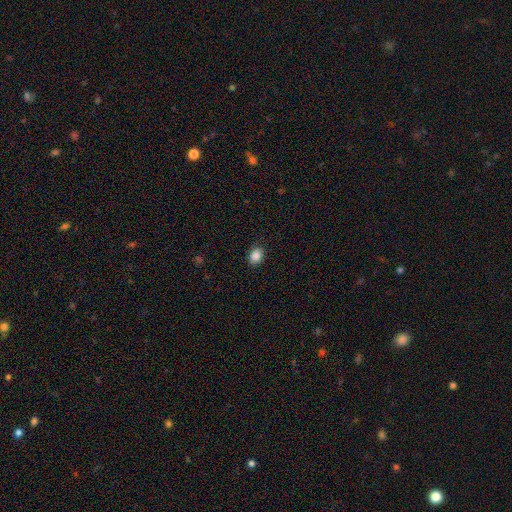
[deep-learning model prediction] A smooth galaxy with no disk features (86%) that is in between round and cigar-shaped (71%).

Vote fractions:
- Smooth or featured? smooth: 86% / star or artifact: 9% / featured or disk: 5%
- How rounded? in between: 71% / round: 28% / cigar-shaped: 1%
- Merging? none: 86% / minor disturbance: 10% / major disturbance: 2% / merger: 1%